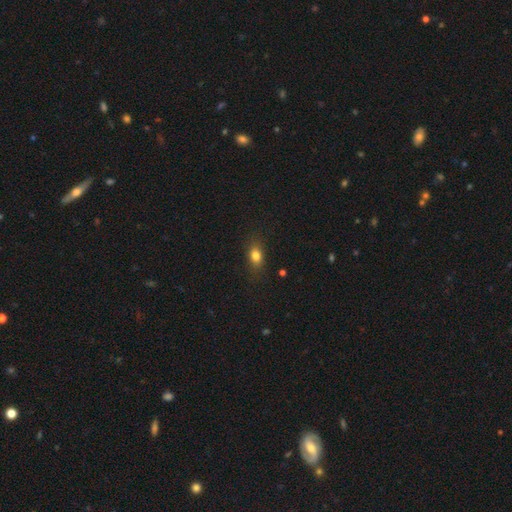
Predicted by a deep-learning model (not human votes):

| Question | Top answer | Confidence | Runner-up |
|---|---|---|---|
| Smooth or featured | smooth | 79% | star or artifact (11%) |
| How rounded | in between | 70% | round (24%) |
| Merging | none | 82% | minor disturbance (13%) |